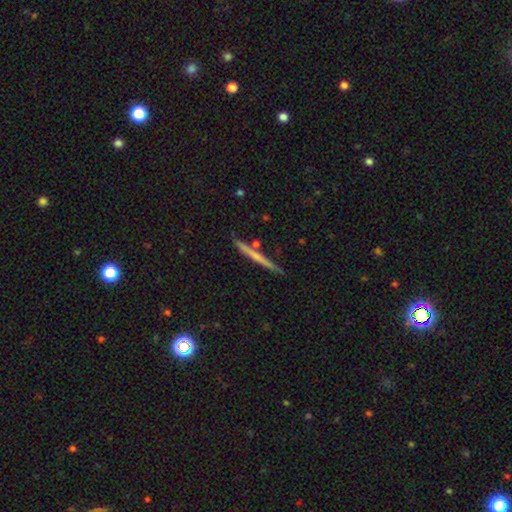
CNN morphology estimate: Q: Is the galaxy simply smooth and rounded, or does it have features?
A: featured or disk — 50%.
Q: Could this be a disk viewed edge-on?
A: yes — 97%.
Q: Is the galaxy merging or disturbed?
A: none — 85%.